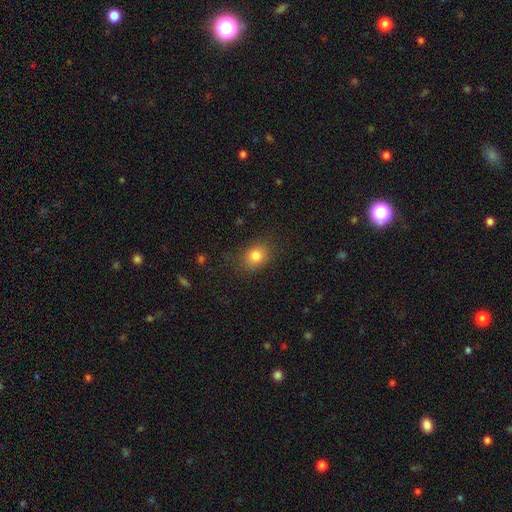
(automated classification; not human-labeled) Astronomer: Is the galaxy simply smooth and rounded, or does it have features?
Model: smooth — 82%.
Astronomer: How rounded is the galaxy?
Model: in between — 50% (runner-up: round, 49%).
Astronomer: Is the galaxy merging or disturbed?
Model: none — 81%.